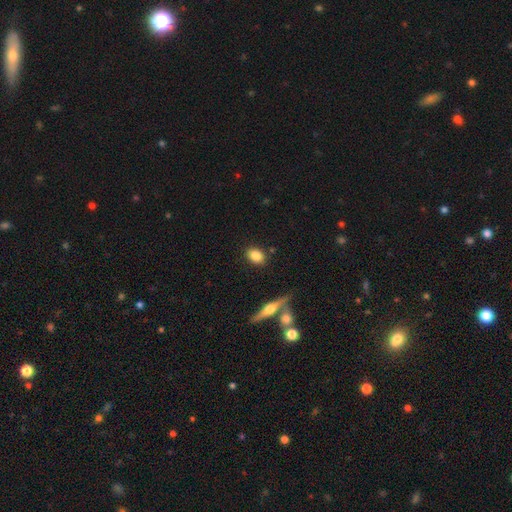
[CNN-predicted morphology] Smooth or featured? smooth (83%)
How rounded? in between (72%)
Merging? none (85%)